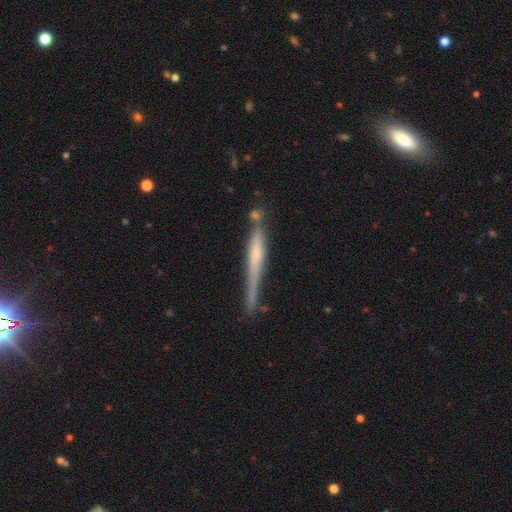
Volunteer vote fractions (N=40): smooth-or-featured: featured or disk: 62% | smooth: 38% | star or artifact: 0%
  disk-edge-on: yes: 100% | no: 0%
    edge-on-bulge: none: 52% | boxy: 24% | rounded: 24%
  merging: none: 50% | minor disturbance: 30% | merger: 12% | major disturbance: 8%